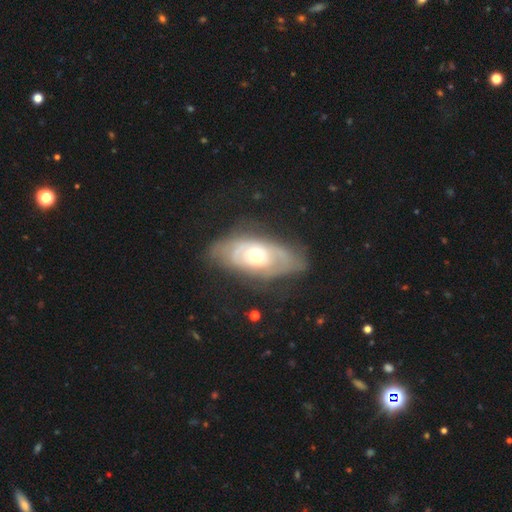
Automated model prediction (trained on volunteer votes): A featured or disk galaxy (71%) with no bar (82%), spiral arms (66%) and a moderate central bulge (60%).

Vote fractions:
- Smooth or featured? featured or disk: 71% / smooth: 23% / star or artifact: 5%
- Edge-on disk? no: 89% / yes: 11%
- Bar? no: 82% / weak: 15% / strong: 4%
- Spiral arms? yes: 66% / no: 34%
- Bulge size? moderate: 60% / small: 30% / large: 8% / dominant: 1% / none: 1%
- Merging? none: 67% / minor disturbance: 21% / major disturbance: 10% / merger: 2%